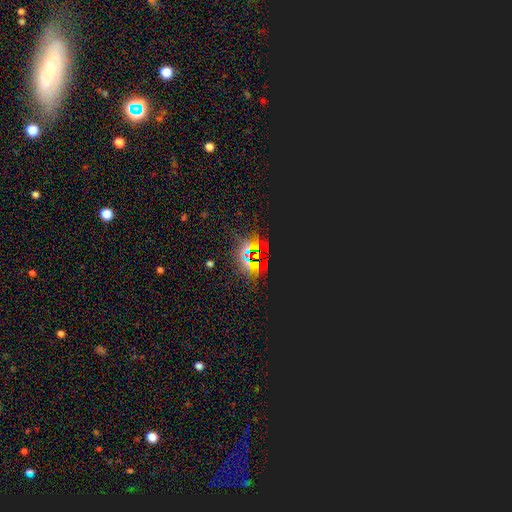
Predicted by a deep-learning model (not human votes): The model was most divided on "smooth or featured": star or artifact: 83%, smooth: 9%, featured or disk: 8%.